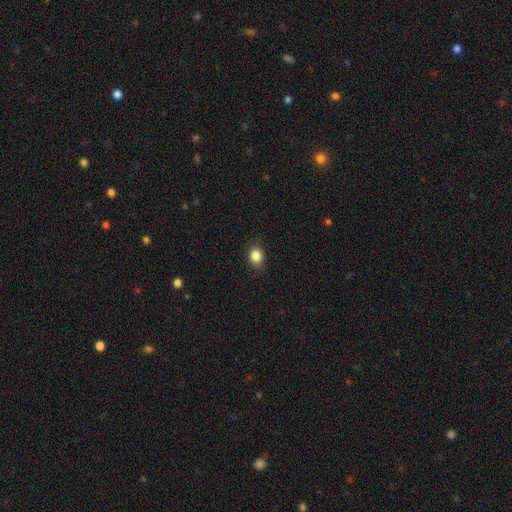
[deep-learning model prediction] Smooth or featured: smooth — 85% (star or artifact — 10%)
How rounded: round — 50% (in between — 49%)
Merging: none — 84% (minor disturbance — 12%)